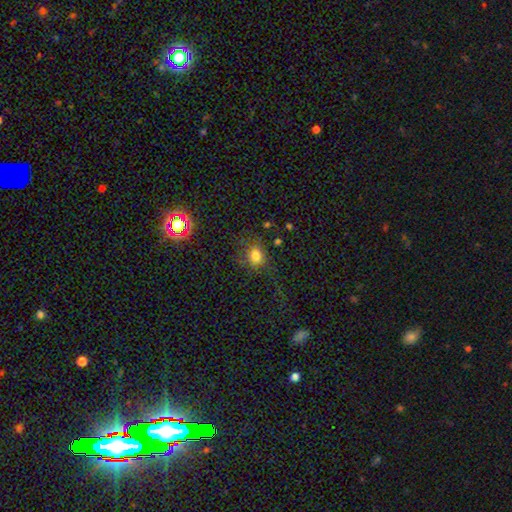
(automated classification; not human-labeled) Overall: smooth (74%). How rounded: round (58%; in between 41%). Merging: none (69%).